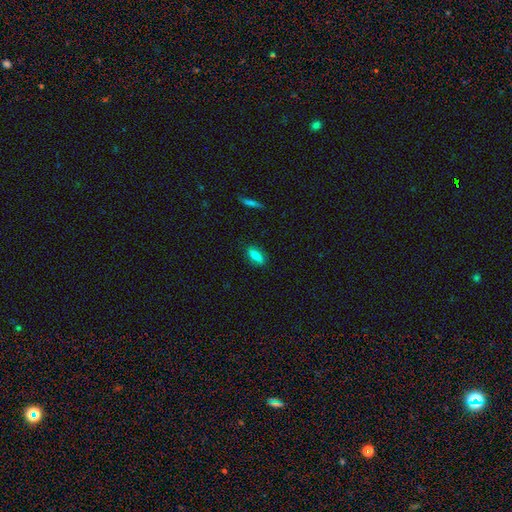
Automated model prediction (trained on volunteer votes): Q: Smooth or featured?
A: smooth (78%); runner-up: featured or disk (14%)
Q: How rounded?
A: in between (68%); runner-up: cigar-shaped (28%)
Q: Merging?
A: none (86%); runner-up: minor disturbance (11%)